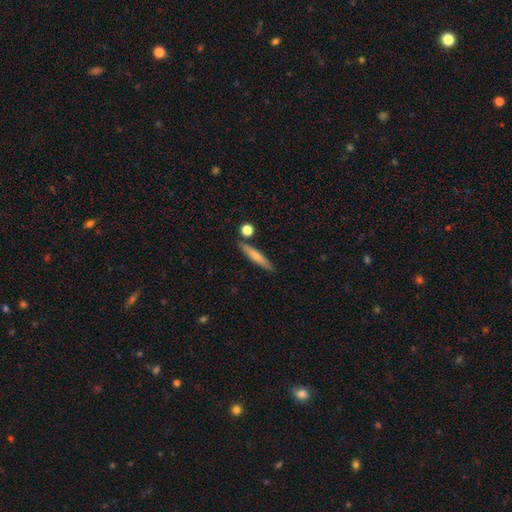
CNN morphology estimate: smooth 70%, featured or disk 24%, star or artifact 6%. Down the decision tree: how rounded — cigar-shaped (90%); merging — none (82%).